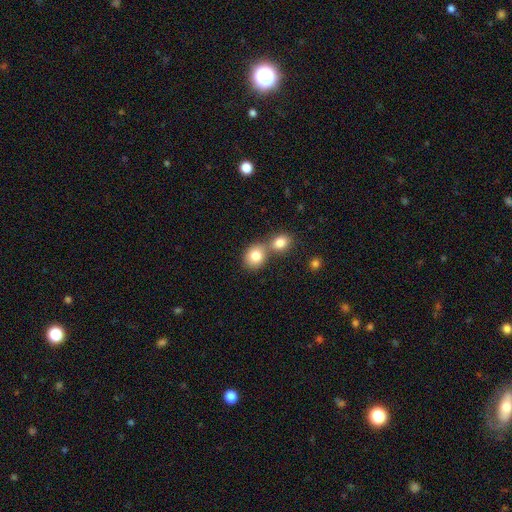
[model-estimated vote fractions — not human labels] A smooth galaxy with no disk features (81%) that is round (71%).

Vote fractions:
- Smooth or featured? smooth: 81% / featured or disk: 10% / star or artifact: 9%
- How rounded? round: 71% / in between: 28% / cigar-shaped: 1%
- Merging? merger: 51% / none: 40% / minor disturbance: 7% / major disturbance: 3%